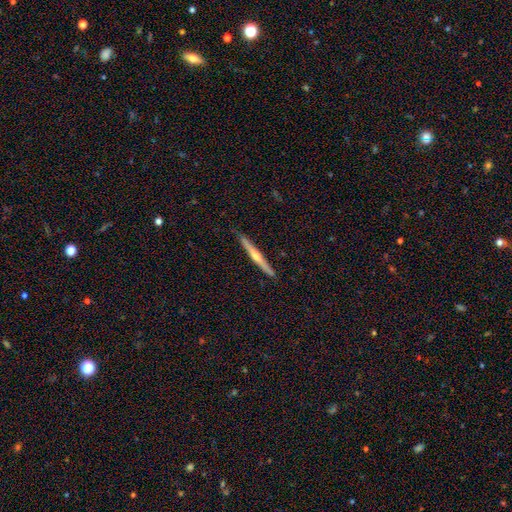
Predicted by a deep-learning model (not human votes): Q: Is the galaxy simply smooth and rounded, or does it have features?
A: featured or disk — 66%.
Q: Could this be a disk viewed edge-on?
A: yes — 98%.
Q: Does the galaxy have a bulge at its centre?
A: rounded — 78%.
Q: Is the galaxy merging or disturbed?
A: none — 89%.